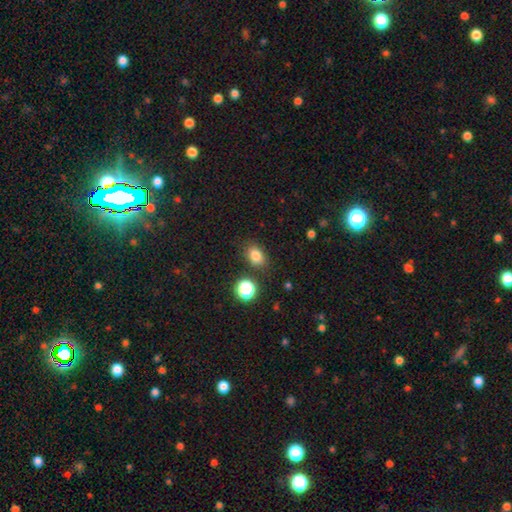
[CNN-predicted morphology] smooth-or-featured: smooth: 80% | star or artifact: 14% | featured or disk: 6%
  how-rounded: in between: 66% | round: 32% | cigar-shaped: 1%
  merging: none: 81% | minor disturbance: 12% | merger: 4% | major disturbance: 3%